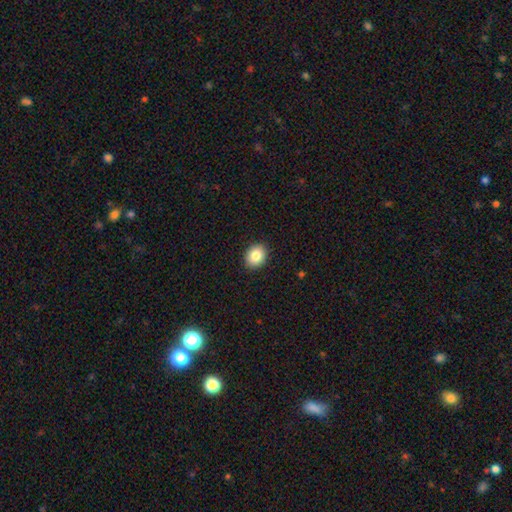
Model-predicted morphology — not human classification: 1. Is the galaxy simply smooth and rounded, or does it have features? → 85% smooth, 9% star or artifact, 7% featured or disk.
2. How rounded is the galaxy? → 51% round, 48% in between, 1% cigar-shaped.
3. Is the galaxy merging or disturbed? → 91% none, 7% minor disturbance, 2% major disturbance, 1% merger.